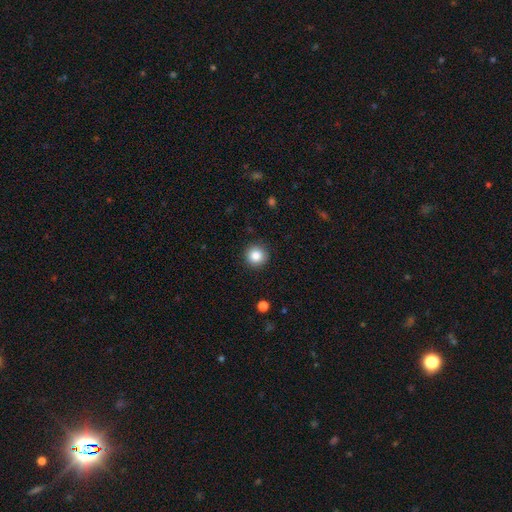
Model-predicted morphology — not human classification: Overall: smooth (85%). How rounded: round (95%). Merging: none (92%).